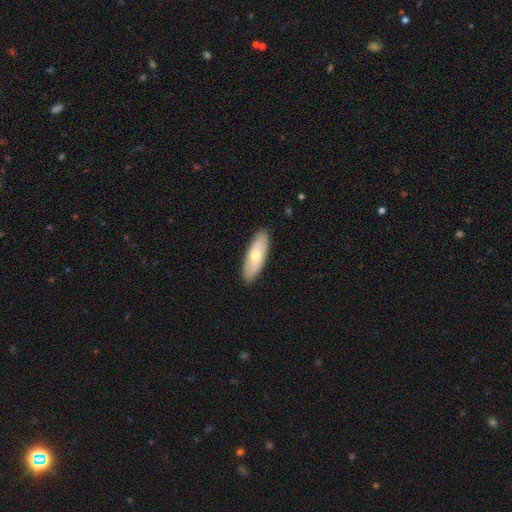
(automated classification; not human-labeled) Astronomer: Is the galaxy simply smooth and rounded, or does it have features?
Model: smooth — 62%.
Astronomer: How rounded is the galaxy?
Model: in between — 59% (runner-up: cigar-shaped, 39%).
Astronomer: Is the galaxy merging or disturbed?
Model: none — 90%.